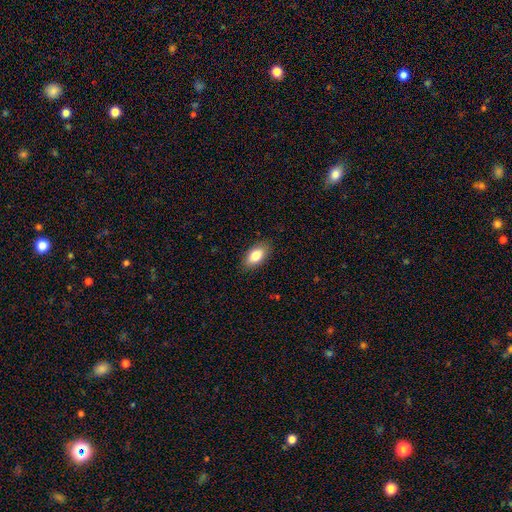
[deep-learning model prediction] Q: Smooth or featured?
A: smooth (83%); runner-up: featured or disk (10%)
Q: How rounded?
A: in between (93%); runner-up: round (4%)
Q: Merging?
A: none (88%); runner-up: minor disturbance (9%)